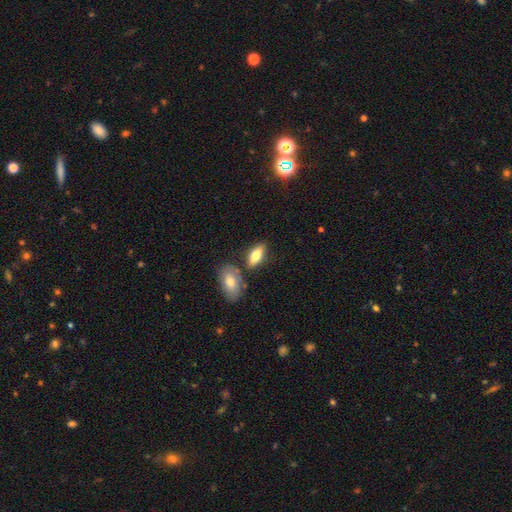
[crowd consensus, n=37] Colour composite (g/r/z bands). It shows a smooth galaxy with no disk features (70%) that is in between round and cigar-shaped (77%). Merging: none (83%).